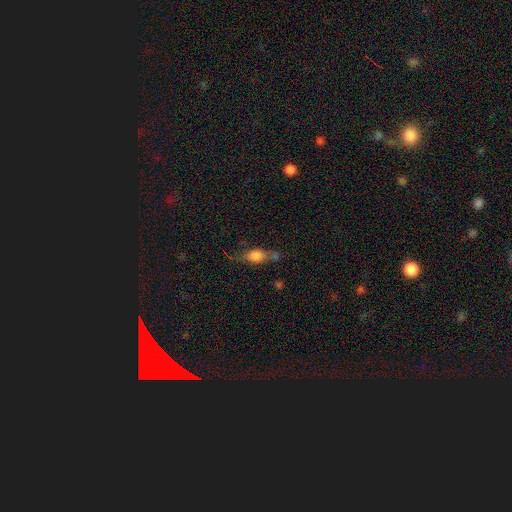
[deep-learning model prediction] Smooth or featured? Predicted: smooth (p=0.64). How rounded? Predicted: in between (p=0.66). Merging? Predicted: none (p=0.40).